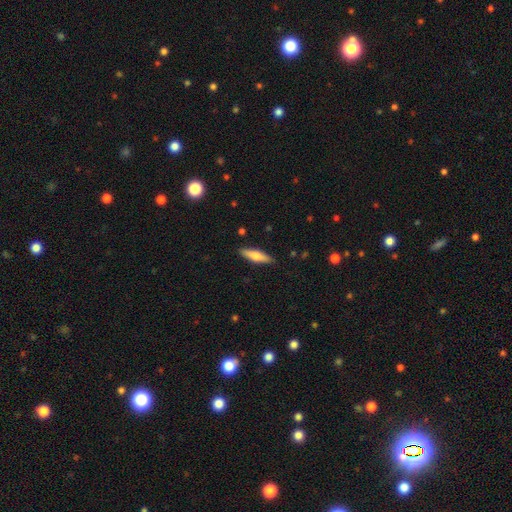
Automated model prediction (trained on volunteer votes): smooth_or_featured: smooth (p=0.62) [alt: featured or disk p=0.33]
how_rounded: cigar-shaped (p=0.65) [alt: in between p=0.33]
merging: none (p=0.88) [alt: minor disturbance p=0.09]